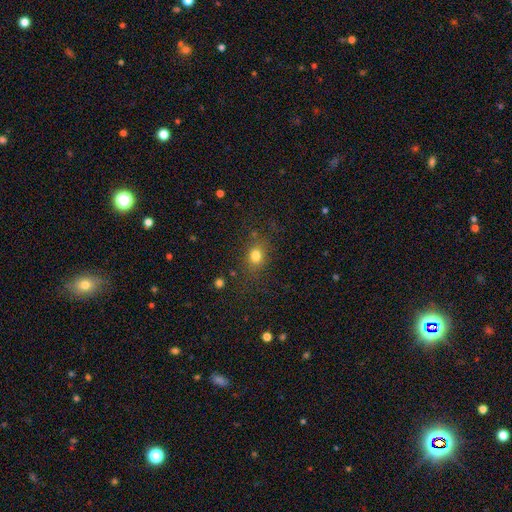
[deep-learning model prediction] smooth-or-featured: smooth: 78% | star or artifact: 14% | featured or disk: 8%
  how-rounded: round: 54% | in between: 44% | cigar-shaped: 2%
  merging: none: 77% | minor disturbance: 14% | major disturbance: 7% | merger: 3%